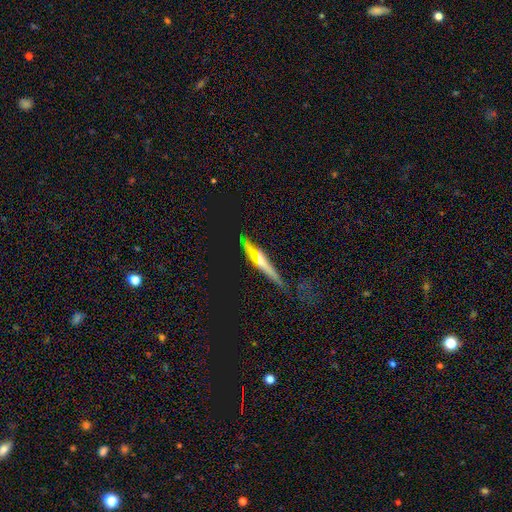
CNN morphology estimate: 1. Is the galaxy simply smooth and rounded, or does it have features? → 67% featured or disk, 23% smooth, 10% star or artifact.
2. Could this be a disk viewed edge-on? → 92% yes, 8% no.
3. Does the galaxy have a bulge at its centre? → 84% rounded, 9% none, 6% boxy.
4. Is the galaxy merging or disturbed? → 64% none, 22% minor disturbance, 10% major disturbance, 4% merger.